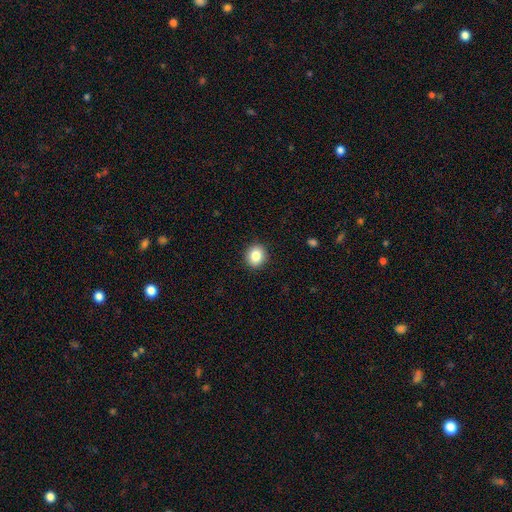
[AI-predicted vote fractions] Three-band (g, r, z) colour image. It shows a smooth galaxy with no disk features (85%) that is round (79%). Merging: none (91%).